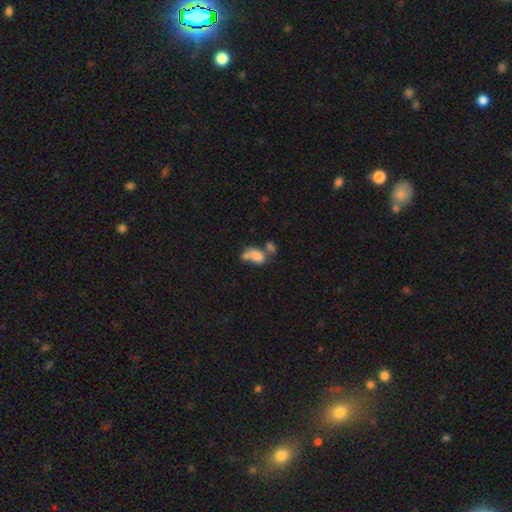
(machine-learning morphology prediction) smooth_or_featured: smooth (p=0.73) [alt: featured or disk p=0.17]
how_rounded: in between (p=0.79) [alt: round p=0.19]
merging: merger (p=0.58) [alt: none p=0.22]